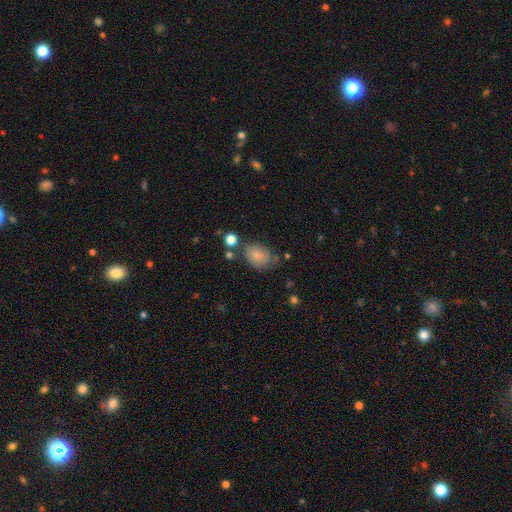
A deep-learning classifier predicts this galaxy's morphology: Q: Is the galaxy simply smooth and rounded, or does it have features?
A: smooth — 81%.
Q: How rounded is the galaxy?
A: in between — 72%.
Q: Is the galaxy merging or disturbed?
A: none — 60%.